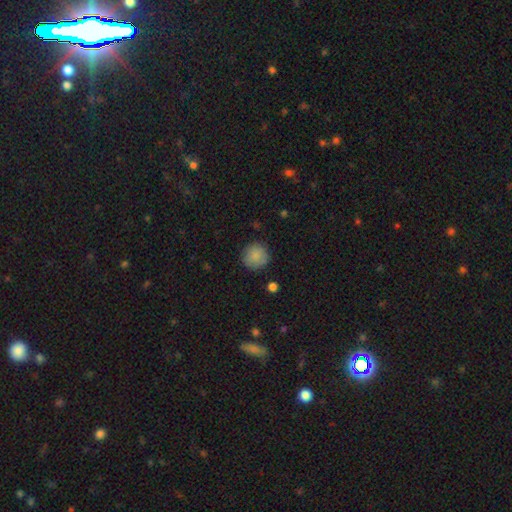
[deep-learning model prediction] smooth 86%, star or artifact 8%, featured or disk 6%. Down the decision tree: how rounded — round (94%); merging — none (85%).